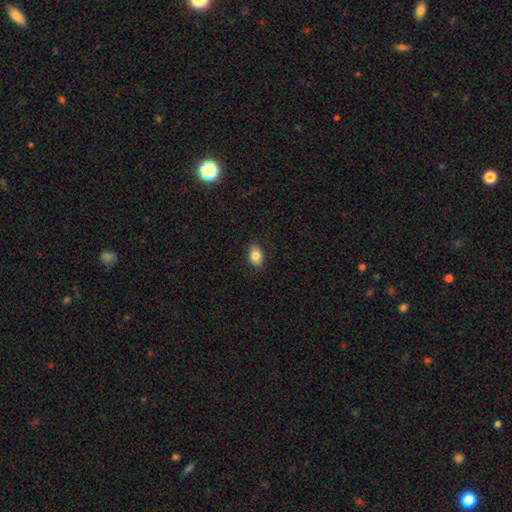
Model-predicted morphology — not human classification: type=smooth (83%); roundness=in between (82%); merging=none (87%).